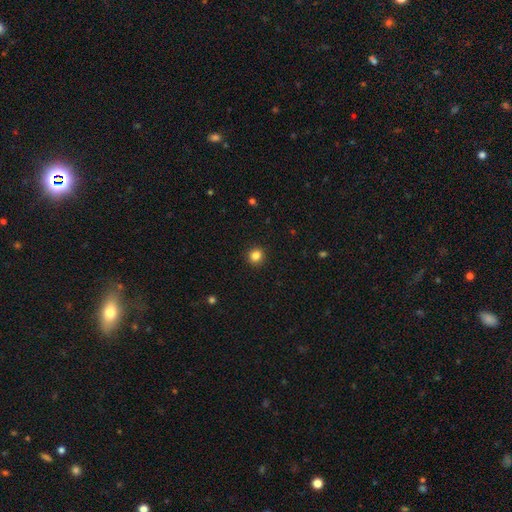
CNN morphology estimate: Smooth or featured: smooth — 85% (star or artifact — 11%)
How rounded: round — 84% (in between — 15%)
Merging: none — 92% (minor disturbance — 5%)